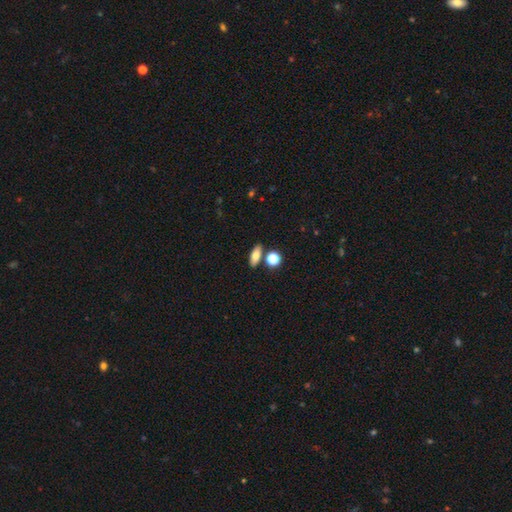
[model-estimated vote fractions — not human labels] A smooth galaxy with no disk features (76%) that is in between round and cigar-shaped (70%). Merging: none (77%).